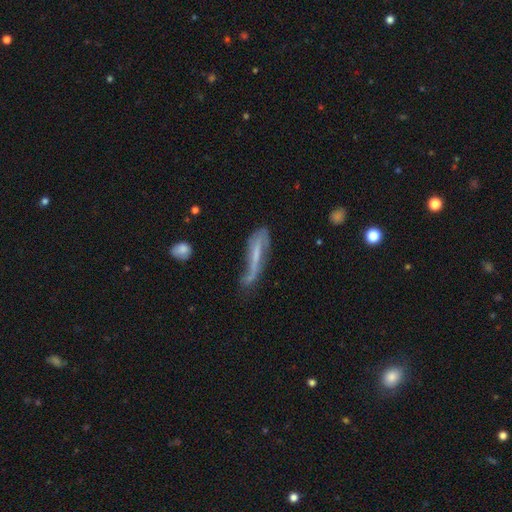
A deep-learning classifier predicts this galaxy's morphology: Smooth or featured?
  - featured or disk: 60% *
  - smooth: 31%
  - star or artifact: 9%
Edge-on disk?
  - no: 64% *
  - yes: 36%
Merging?
  - none: 36% *
  - minor disturbance: 29%
  - major disturbance: 29%
  - merger: 7%